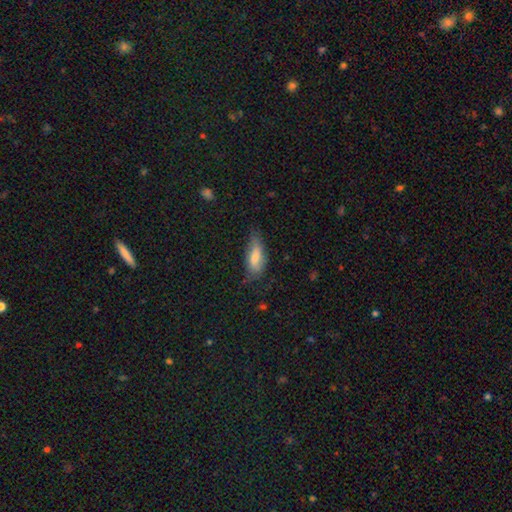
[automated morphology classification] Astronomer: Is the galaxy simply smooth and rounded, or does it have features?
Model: smooth — 70%.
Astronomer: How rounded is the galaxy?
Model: in between — 69%.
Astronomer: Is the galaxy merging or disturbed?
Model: none — 58%.